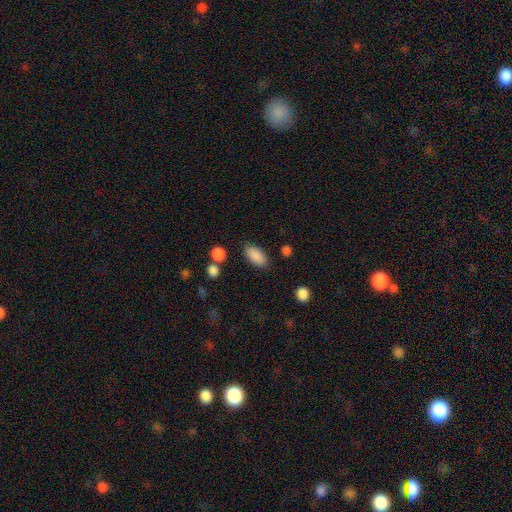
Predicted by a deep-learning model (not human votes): The model was most divided on "merging": none: 83%, minor disturbance: 11%, major disturbance: 3%, merger: 3%. More confident: how rounded — in between (93%); smooth or featured — smooth (89%).